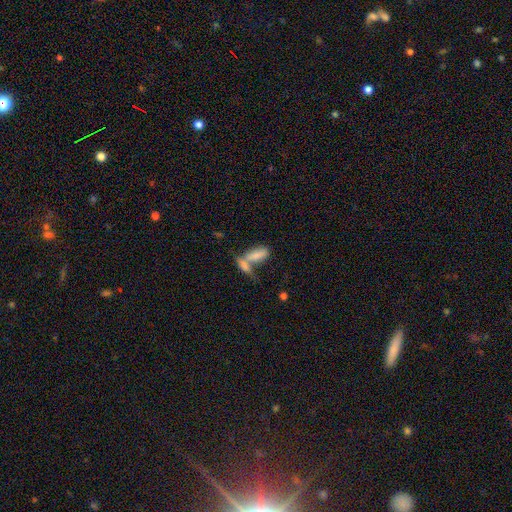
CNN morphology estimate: smooth 77%, featured or disk 15%, star or artifact 8%. Down the decision tree: how rounded — in between (74%); merging — merger (66%).